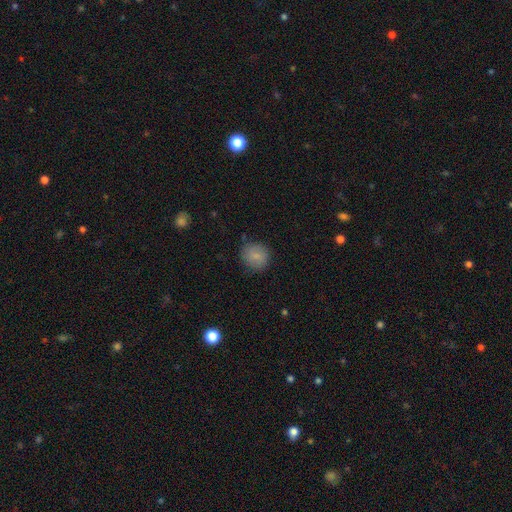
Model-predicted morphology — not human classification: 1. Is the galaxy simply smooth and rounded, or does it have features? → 82% smooth, 9% featured or disk, 9% star or artifact.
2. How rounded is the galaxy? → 84% round, 15% in between, 1% cigar-shaped.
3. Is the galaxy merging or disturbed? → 80% none, 15% minor disturbance, 3% major disturbance, 2% merger.